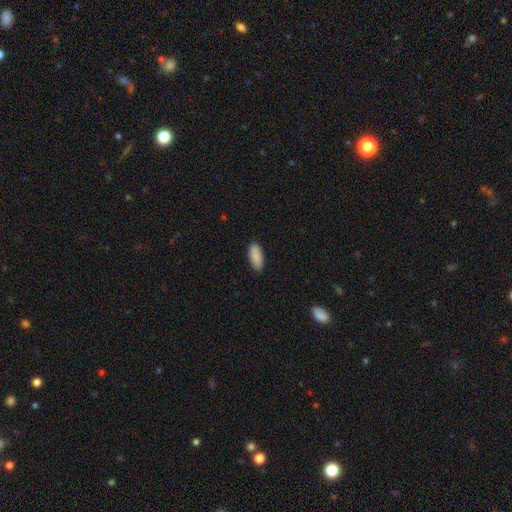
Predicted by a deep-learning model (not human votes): The model was most divided on "how rounded": in between: 86%, cigar-shaped: 13%, round: 2%. More confident: smooth or featured — smooth (90%); merging — none (87%).